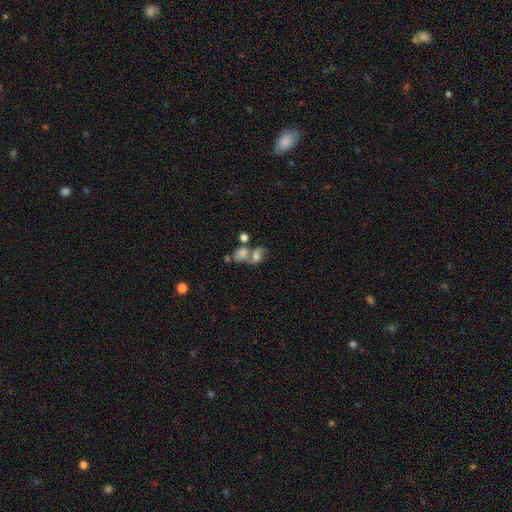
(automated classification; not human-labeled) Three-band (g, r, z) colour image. It shows a smooth galaxy with no disk features (55%) that is in between round and cigar-shaped (66%). Merging: merger (53%).